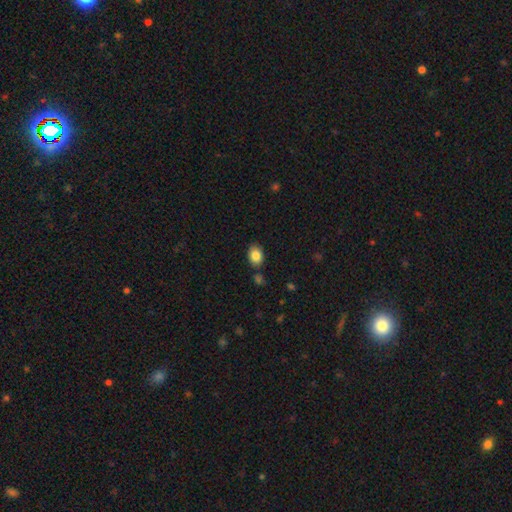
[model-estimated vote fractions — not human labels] Morphology: type=smooth (85%); roundness=in between (77%); merging=none (81%).